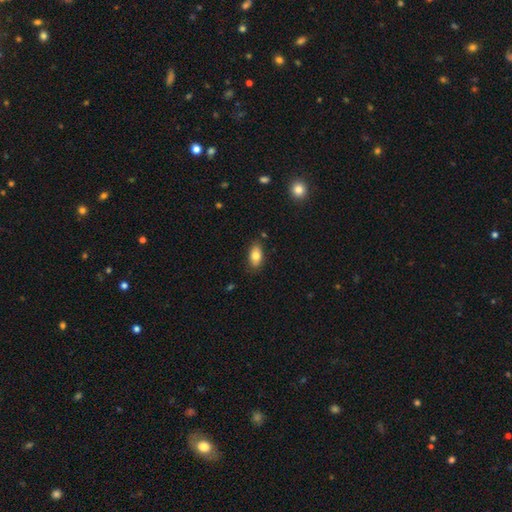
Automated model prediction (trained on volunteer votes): The model was most divided on "smooth or featured": smooth: 80%, featured or disk: 13%, star or artifact: 8%. More confident: how rounded — in between (91%); merging — none (85%).